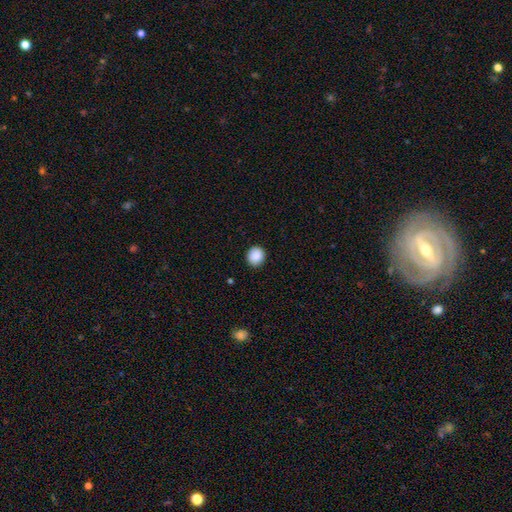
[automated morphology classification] smooth-or-featured: smooth: 89% | star or artifact: 8% | featured or disk: 3%
  how-rounded: round: 85% | in between: 14% | cigar-shaped: 1%
  merging: none: 90% | minor disturbance: 7% | major disturbance: 2% | merger: 1%